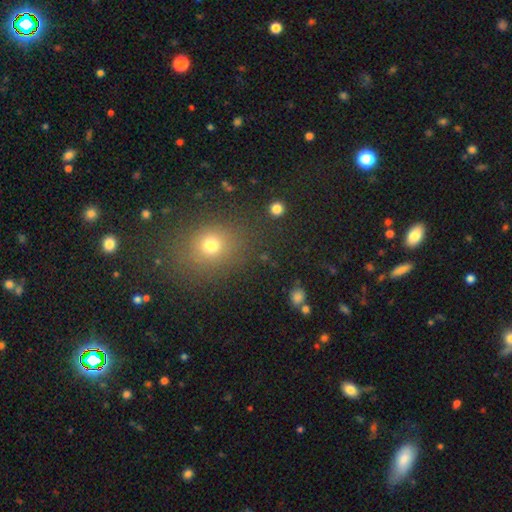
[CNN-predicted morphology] Overall: smooth (58%; star or artifact 34%). How rounded: round (63%; in between 36%). Merging: none (87%).